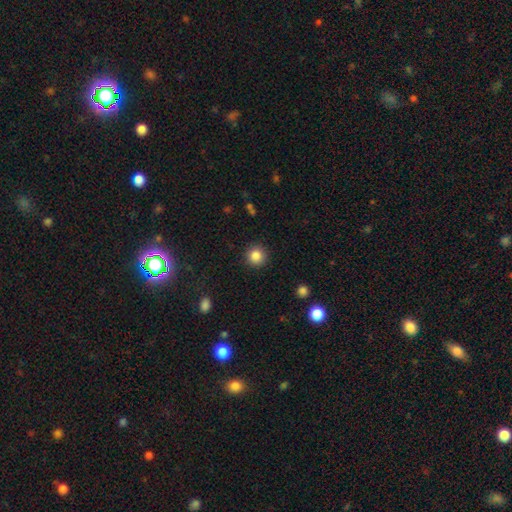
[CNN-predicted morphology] type=smooth (85%); roundness=round (94%); merging=none (91%).